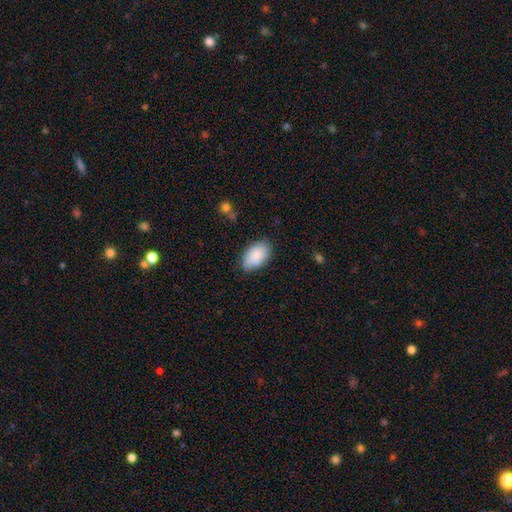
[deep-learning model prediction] Smooth or featured? smooth (89%)
How rounded? in between (94%)
Merging? none (80%)